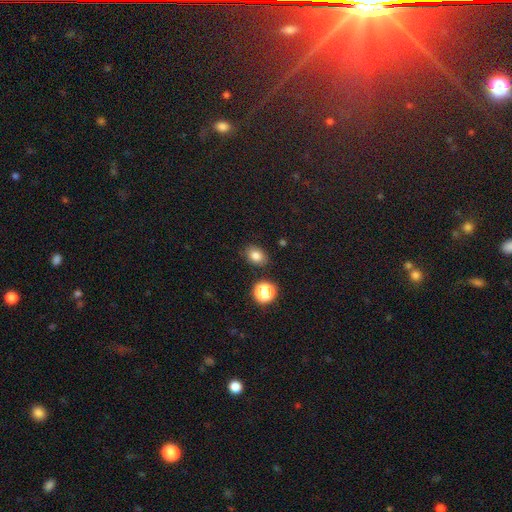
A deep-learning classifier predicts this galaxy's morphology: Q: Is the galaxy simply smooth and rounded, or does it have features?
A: smooth — 80%.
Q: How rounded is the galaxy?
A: in between — 65%.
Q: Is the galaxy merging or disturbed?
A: none — 84%.